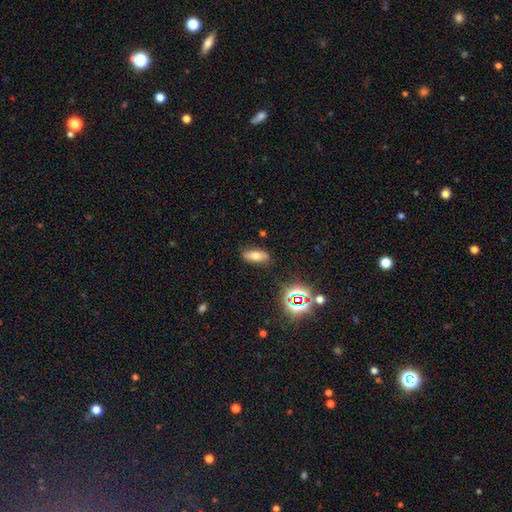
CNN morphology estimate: Overall: smooth (66%). How rounded: in between (73%). Merging: none (83%).